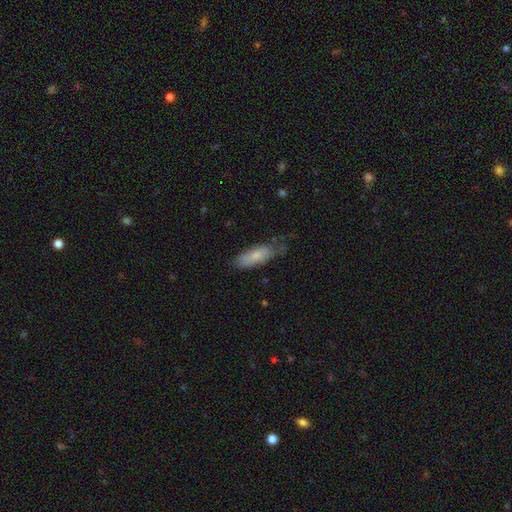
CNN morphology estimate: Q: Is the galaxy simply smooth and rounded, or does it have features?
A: smooth — 73%.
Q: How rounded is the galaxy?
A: in between — 64%.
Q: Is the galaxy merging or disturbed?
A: none — 50%.